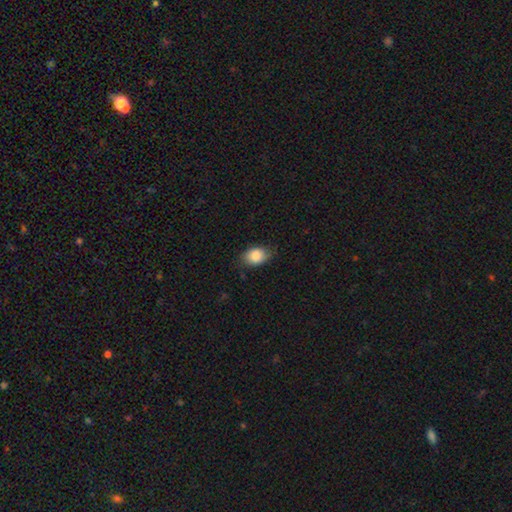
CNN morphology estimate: Smooth or featured: smooth — 86% (star or artifact — 7%)
How rounded: in between — 76% (round — 23%)
Merging: none — 72% (minor disturbance — 22%)